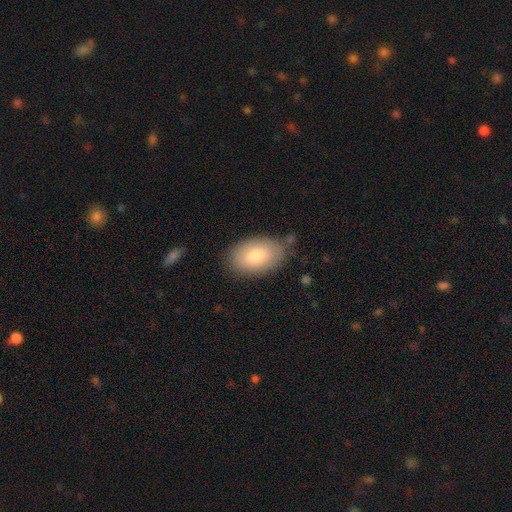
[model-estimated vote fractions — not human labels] Q: Smooth or featured?
A: smooth (78%); runner-up: featured or disk (15%)
Q: How rounded?
A: in between (91%); runner-up: round (7%)
Q: Merging?
A: none (79%); runner-up: minor disturbance (15%)